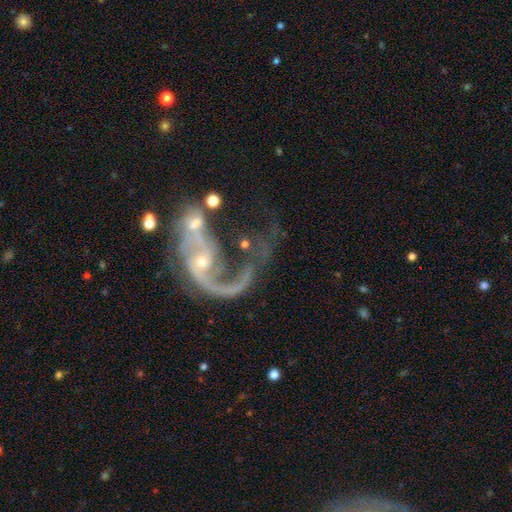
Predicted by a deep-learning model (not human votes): Smooth or featured? Predicted: featured or disk (p=0.86). Edge-on disk? Predicted: no (p=0.97). Bar? Predicted: no (p=0.59). Spiral arms? Predicted: yes (p=0.89). Spiral winding? Predicted: loose (p=0.67). Spiral arm count? Predicted: 2 (p=0.46). Bulge size? Predicted: small (p=0.63). Merging? Predicted: major disturbance (p=0.36).